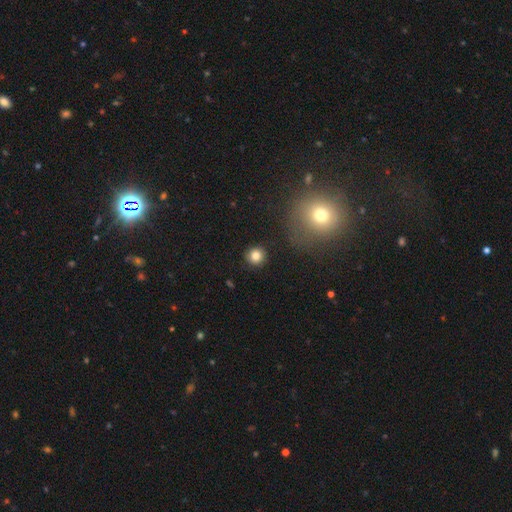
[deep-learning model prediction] Smooth or featured? smooth (82%)
How rounded? round (93%)
Merging? none (91%)